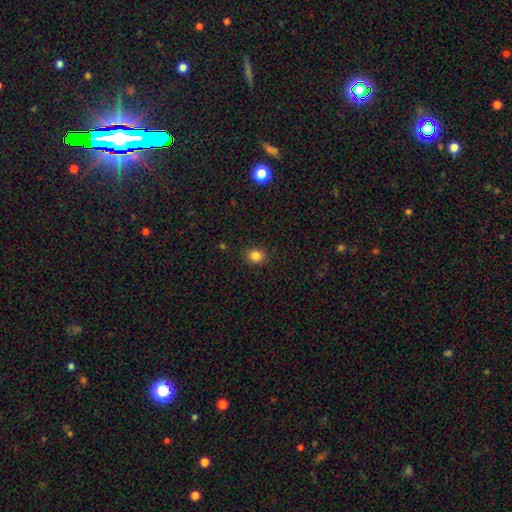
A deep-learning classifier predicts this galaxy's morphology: A smooth galaxy with no disk features (84%) that is round (60%). Merging: none (88%).